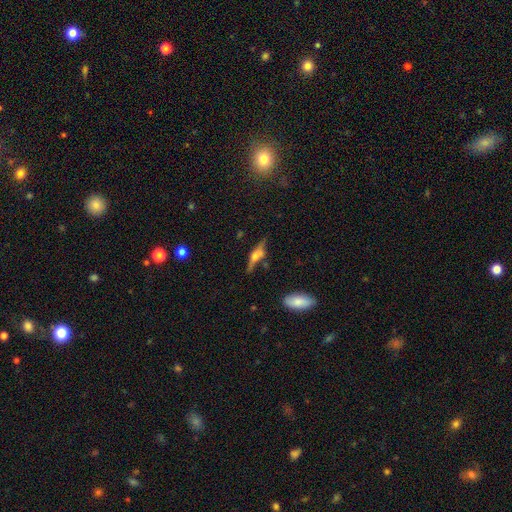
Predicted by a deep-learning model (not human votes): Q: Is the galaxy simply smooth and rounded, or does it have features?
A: featured or disk — 64%.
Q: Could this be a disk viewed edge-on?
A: yes — 91%.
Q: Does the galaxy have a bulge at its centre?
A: rounded — 85%.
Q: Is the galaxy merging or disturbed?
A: none — 64%.